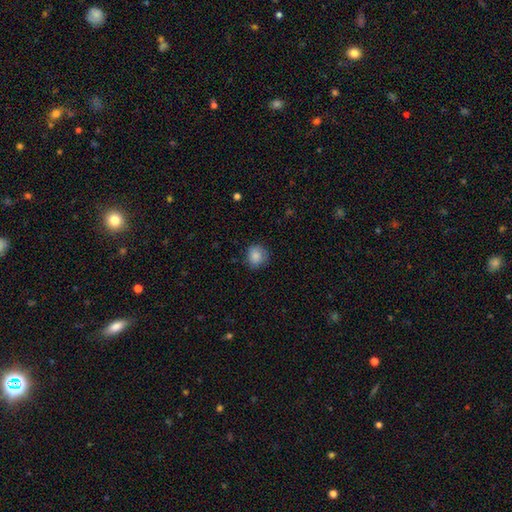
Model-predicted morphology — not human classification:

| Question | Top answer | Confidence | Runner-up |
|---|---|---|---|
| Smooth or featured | smooth | 84% | star or artifact (8%) |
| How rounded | round | 86% | in between (13%) |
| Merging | none | 79% | minor disturbance (16%) |